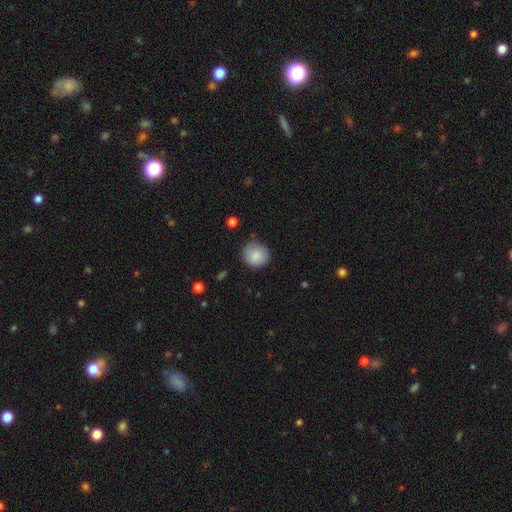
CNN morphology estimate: smooth_or_featured: smooth (p=0.86) [alt: star or artifact p=0.08]
how_rounded: round (p=0.87) [alt: in between p=0.12]
merging: none (p=0.82) [alt: minor disturbance p=0.14]